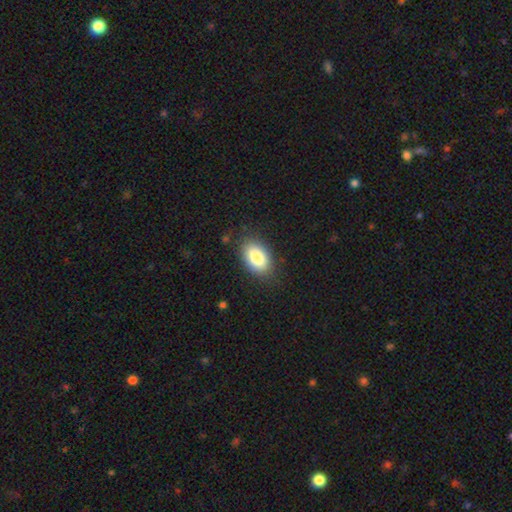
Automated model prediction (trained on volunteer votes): smooth_or_featured: smooth (p=0.85) [alt: featured or disk p=0.07]
how_rounded: in between (p=0.92) [alt: round p=0.07]
merging: none (p=0.83) [alt: minor disturbance p=0.13]